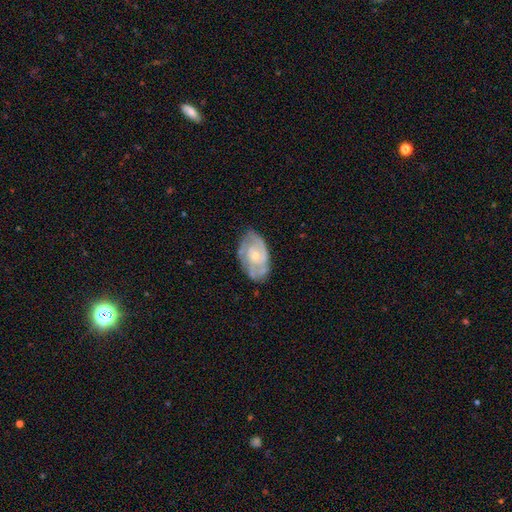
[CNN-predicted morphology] type=featured or disk (78%); edge-on=no (96%); bar=no (76%); spiral arms=yes (88%); winding=tight (57%); arm count=2 (36%); bulge=small (61%); merging=none (69%).